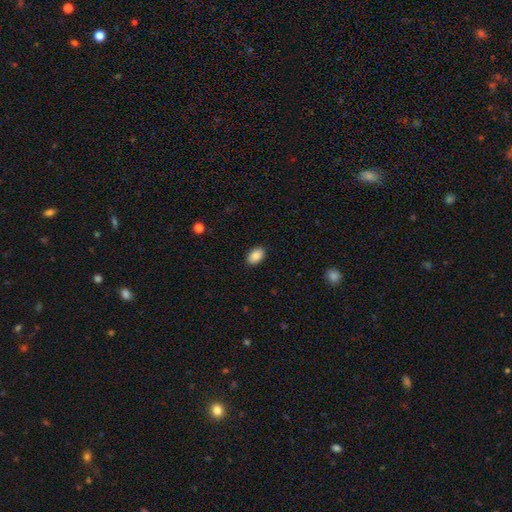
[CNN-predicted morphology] Smooth or featured: smooth — 88% (star or artifact — 7%)
How rounded: in between — 92% (round — 7%)
Merging: none — 89% (minor disturbance — 8%)